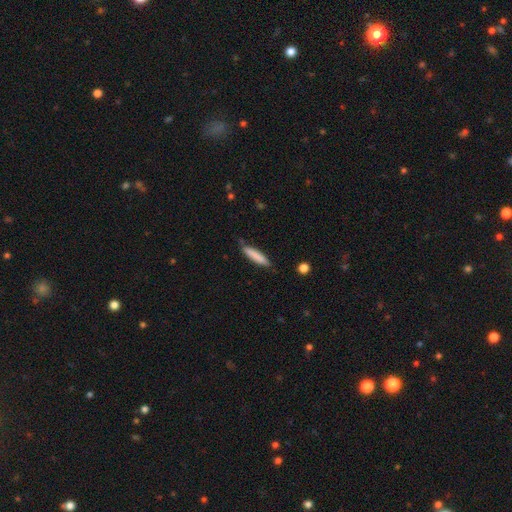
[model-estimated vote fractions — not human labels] This appears to be a smooth galaxy with no disk features (82%) that is cigar-shaped (86%). Merging: none (80%).